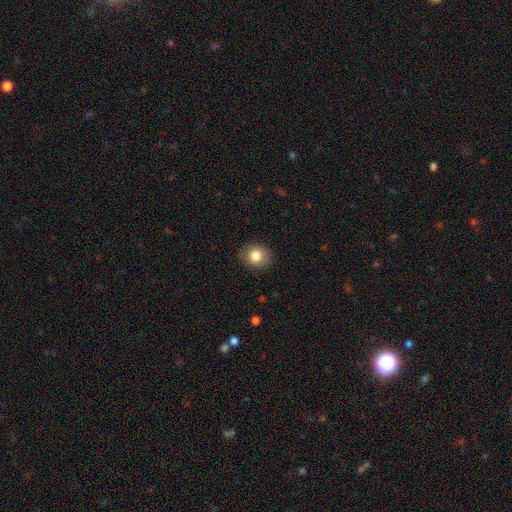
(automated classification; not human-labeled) Smooth or featured? smooth (83%)
How rounded? round (69%)
Merging? none (87%)